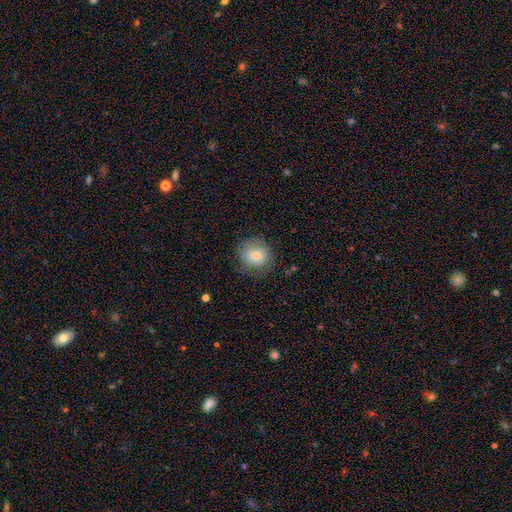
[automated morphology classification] A smooth galaxy with no disk features (72%) that is round (83%).

Vote fractions:
- Smooth or featured? smooth: 72% / featured or disk: 20% / star or artifact: 8%
- How rounded? round: 83% / in between: 16% / cigar-shaped: 1%
- Merging? none: 75% / minor disturbance: 17% / major disturbance: 7% / merger: 1%